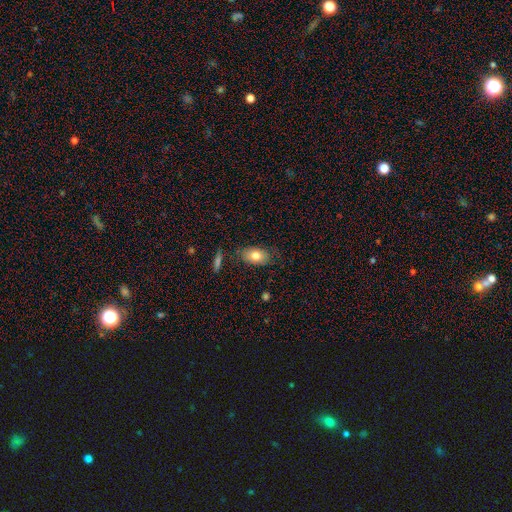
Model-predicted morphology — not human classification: Overall: smooth (78%). How rounded: in between (89%). Merging: none (79%).